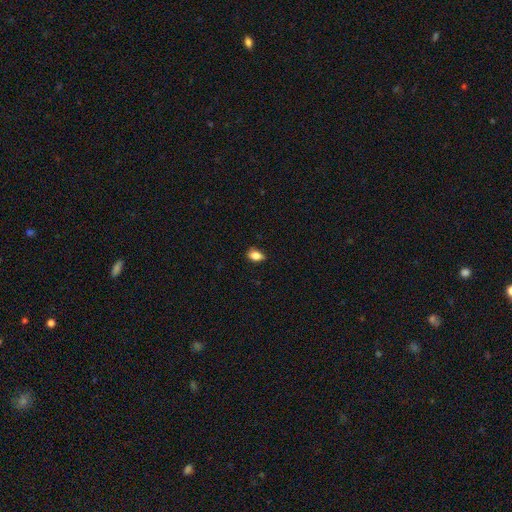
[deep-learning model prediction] The model was most divided on "merging": none: 82%, minor disturbance: 15%, major disturbance: 2%, merger: 1%. More confident: how rounded — in between (86%); smooth or featured — smooth (83%).